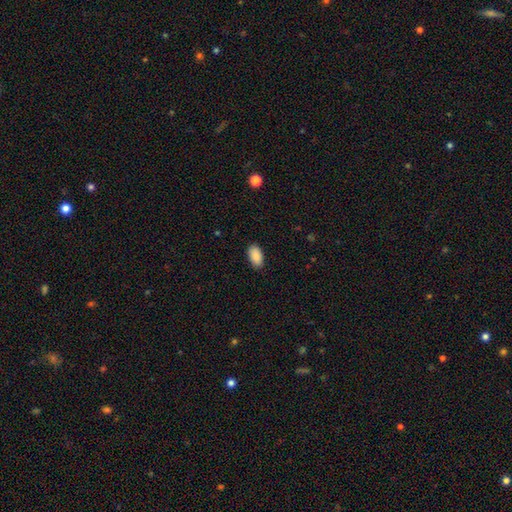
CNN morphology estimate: A smooth galaxy with no disk features (90%) that is in between round and cigar-shaped (95%).

Vote fractions:
- Smooth or featured? smooth: 90% / star or artifact: 7% / featured or disk: 3%
- How rounded? in between: 95% / round: 3% / cigar-shaped: 2%
- Merging? none: 88% / minor disturbance: 9% / major disturbance: 2% / merger: 1%